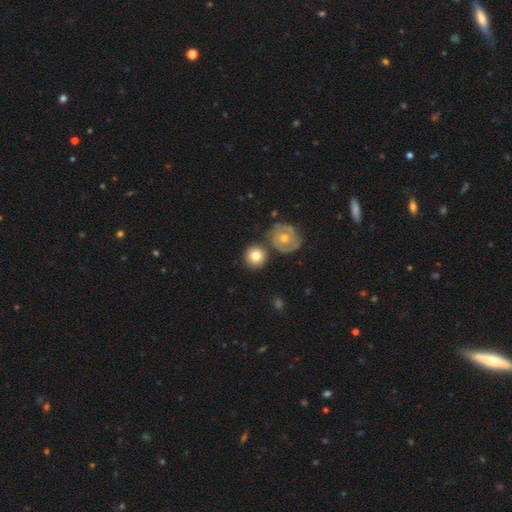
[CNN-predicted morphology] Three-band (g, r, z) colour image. It shows a smooth galaxy with no disk features (74%) that is round (91%). Merging: none (72%).